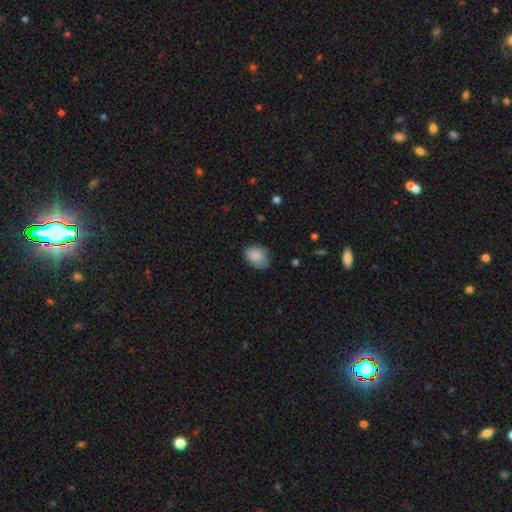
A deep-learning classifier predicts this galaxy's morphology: This appears to be a smooth galaxy with no disk features (85%) that is in between round and cigar-shaped (68%). Merging: none (66%).